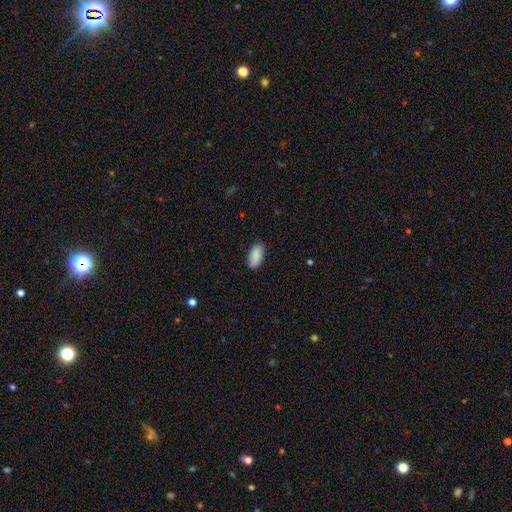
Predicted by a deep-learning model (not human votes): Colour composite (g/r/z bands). It shows a smooth galaxy with no disk features (87%) that is in between round and cigar-shaped (92%). Merging: none (85%).